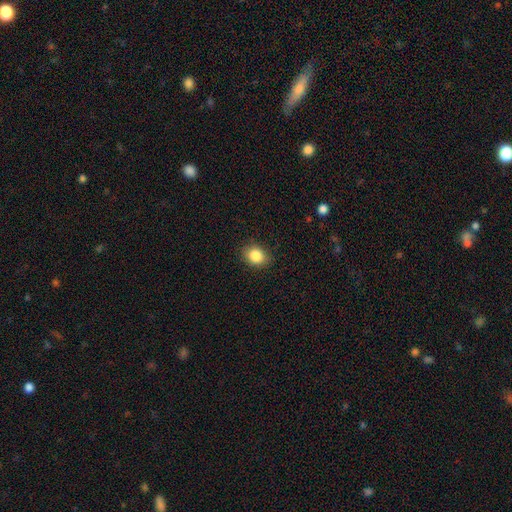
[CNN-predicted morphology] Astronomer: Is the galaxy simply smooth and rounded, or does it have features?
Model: smooth — 86%.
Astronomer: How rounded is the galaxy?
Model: round — 52% (runner-up: in between, 47%).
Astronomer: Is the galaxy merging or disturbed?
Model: none — 86%.